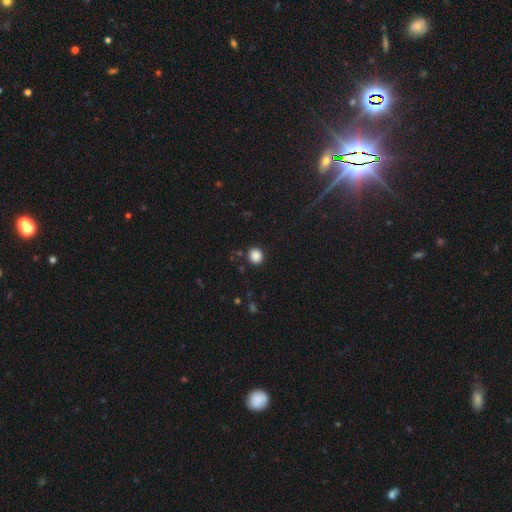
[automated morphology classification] Smooth or featured: smooth — 87% (star or artifact — 10%)
How rounded: round — 85% (in between — 14%)
Merging: none — 90% (minor disturbance — 6%)